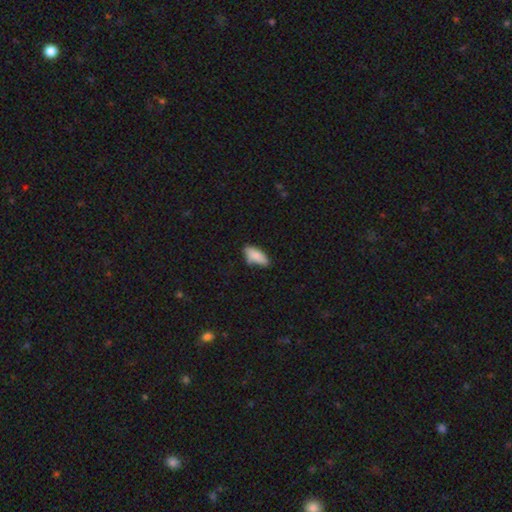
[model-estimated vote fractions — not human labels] Overall: smooth (83%). How rounded: in between (76%). Merging: none (60%; minor disturbance 28%).